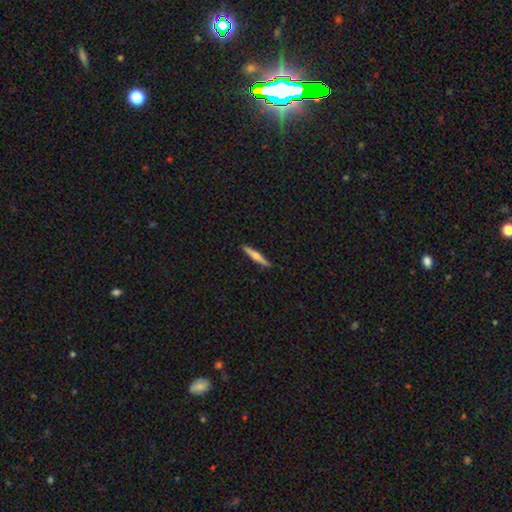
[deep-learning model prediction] Smooth or featured? smooth (50%)
How rounded? cigar-shaped (92%)
Merging? none (91%)